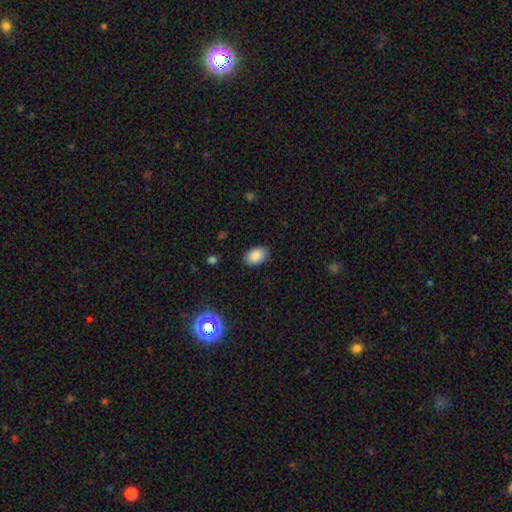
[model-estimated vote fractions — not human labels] Smooth or featured: smooth — 88% (star or artifact — 8%)
How rounded: in between — 87% (round — 12%)
Merging: none — 87% (minor disturbance — 10%)